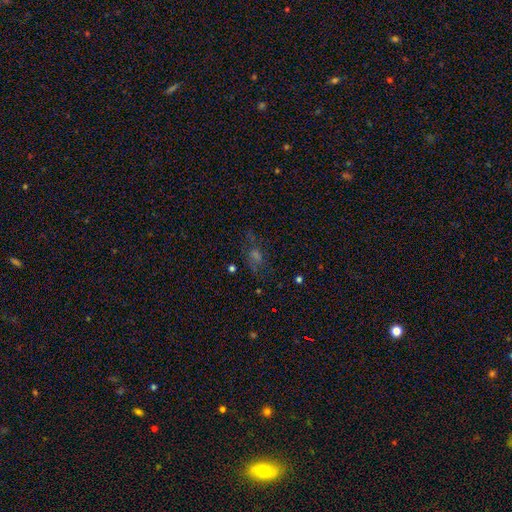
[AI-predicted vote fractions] Smooth or featured? star or artifact (40%)